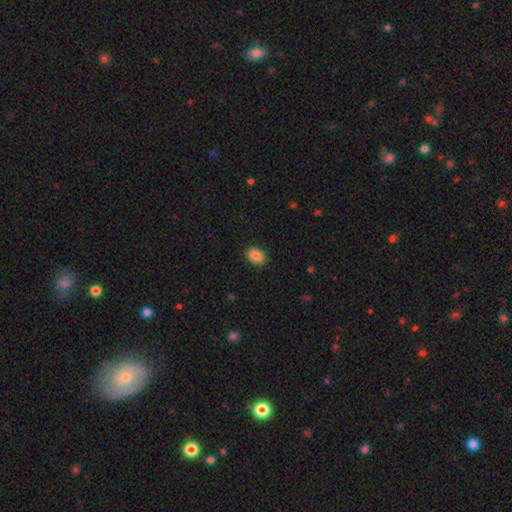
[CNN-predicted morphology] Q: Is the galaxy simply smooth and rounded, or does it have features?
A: smooth — 87%.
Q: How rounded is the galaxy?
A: in between — 80%.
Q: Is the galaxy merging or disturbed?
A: none — 89%.